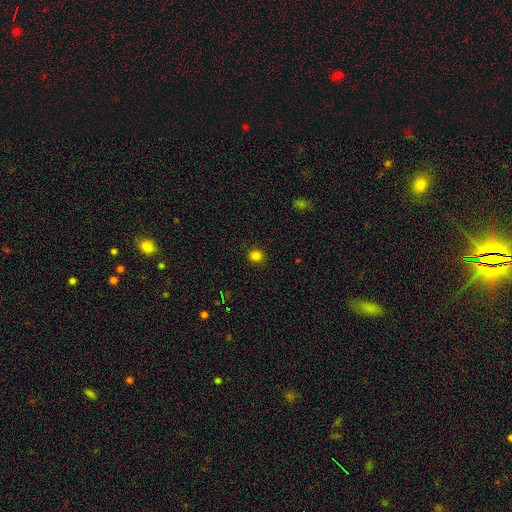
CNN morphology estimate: The model was most divided on "smooth or featured": smooth: 81%, star or artifact: 15%, featured or disk: 4%. More confident: merging — none (91%); how rounded — round (89%).